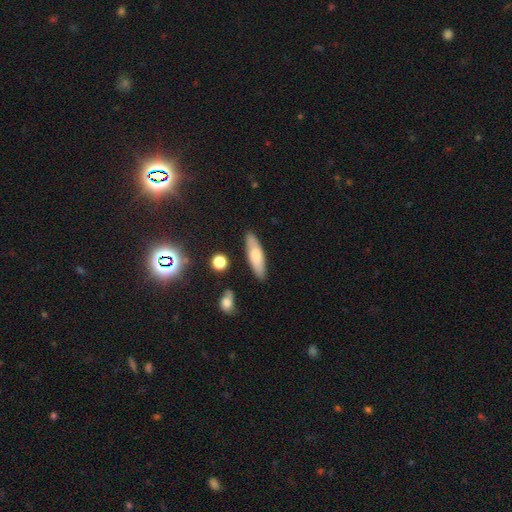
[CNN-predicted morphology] This is likely a smooth galaxy (68%). How rounded: possibly cigar-shaped (58%). Merging: clearly none (85%).